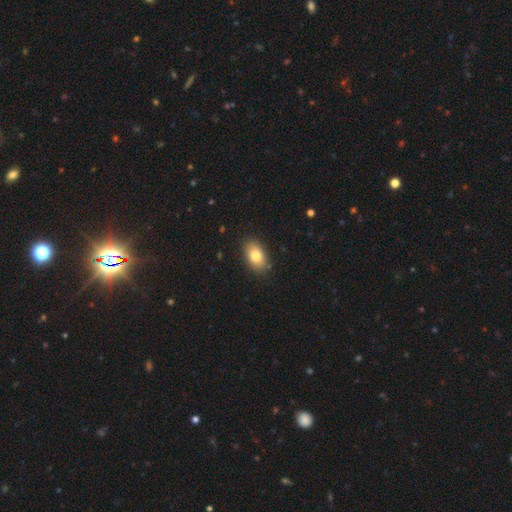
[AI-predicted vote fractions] Overall: smooth (81%). How rounded: in between (90%). Merging: none (86%).